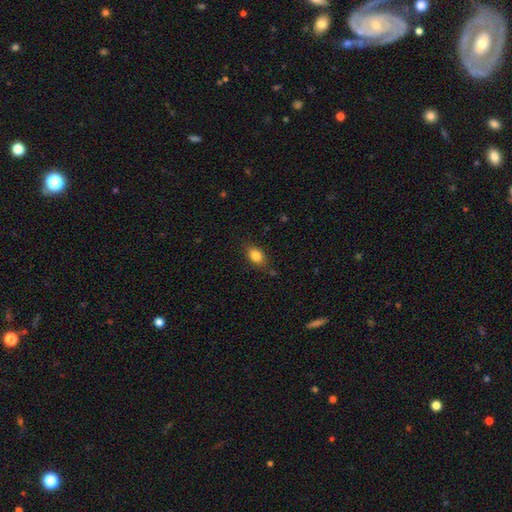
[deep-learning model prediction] smooth_or_featured: smooth (p=0.85) [alt: star or artifact p=0.09]
how_rounded: in between (p=0.77) [alt: round p=0.20]
merging: none (p=0.79) [alt: minor disturbance p=0.15]